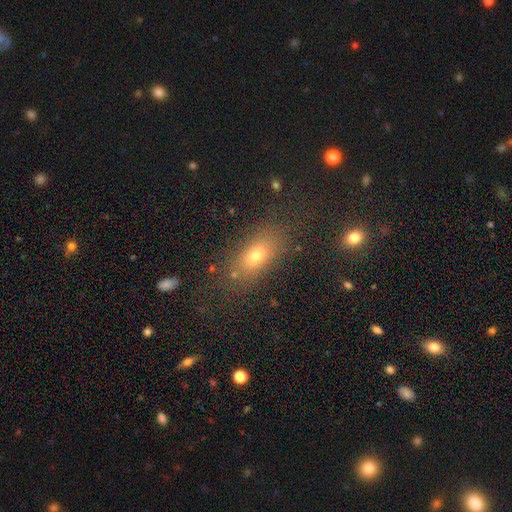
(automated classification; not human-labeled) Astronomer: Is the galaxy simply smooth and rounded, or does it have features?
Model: smooth — 71%.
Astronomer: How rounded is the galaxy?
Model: in between — 77%.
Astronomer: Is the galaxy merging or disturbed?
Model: none — 78%.